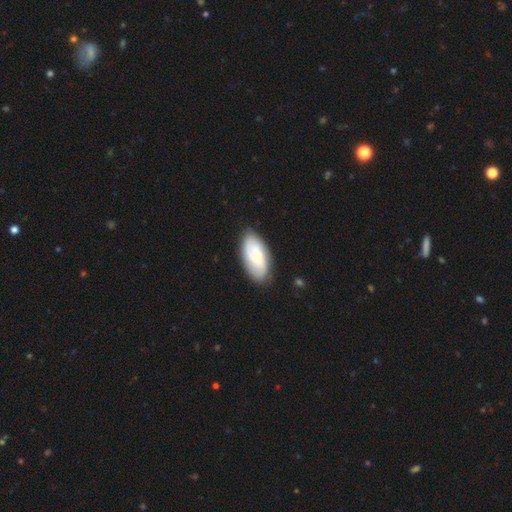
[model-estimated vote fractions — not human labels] Morphology: type=featured or disk (48%); merging=none (79%).